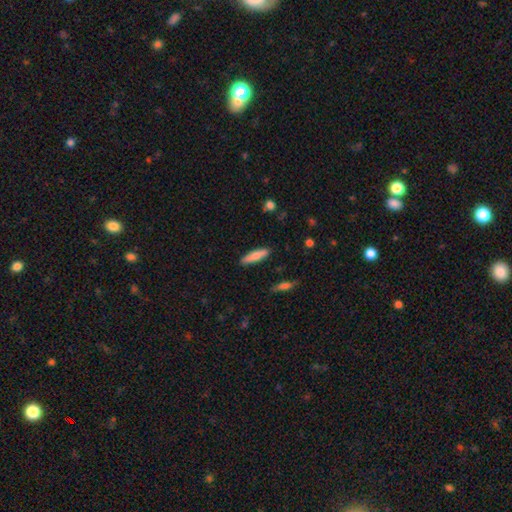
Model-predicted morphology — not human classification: Q: Smooth or featured?
A: smooth (76%); runner-up: featured or disk (18%)
Q: How rounded?
A: cigar-shaped (68%); runner-up: in between (30%)
Q: Merging?
A: none (88%); runner-up: minor disturbance (9%)